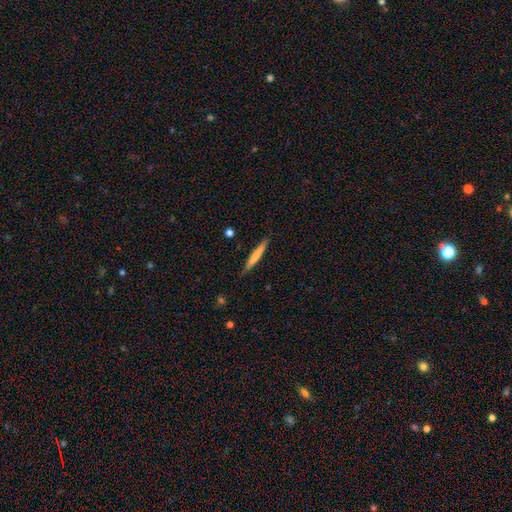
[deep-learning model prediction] Q: Smooth or featured?
A: smooth (64%); runner-up: featured or disk (31%)
Q: How rounded?
A: cigar-shaped (95%); runner-up: in between (4%)
Q: Merging?
A: none (86%); runner-up: minor disturbance (11%)